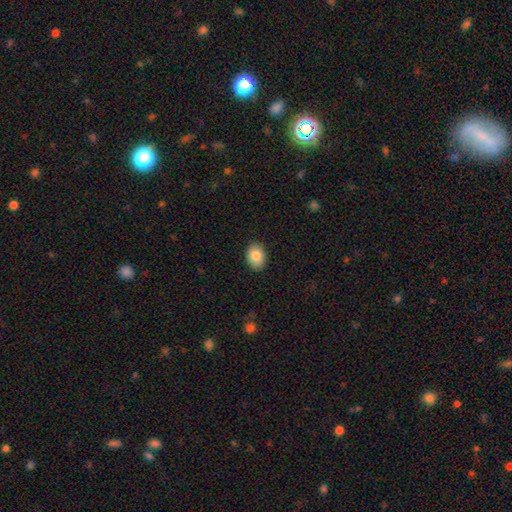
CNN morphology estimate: This appears to be a smooth galaxy with no disk features (85%) that is in between round and cigar-shaped (74%). Merging: none (88%).